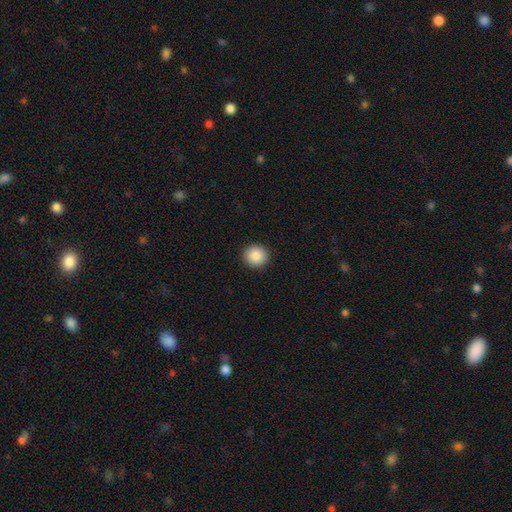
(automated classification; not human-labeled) smooth_or_featured: smooth (p=0.88) [alt: star or artifact p=0.08]
how_rounded: round (p=0.93) [alt: in between p=0.06]
merging: none (p=0.93) [alt: minor disturbance p=0.05]